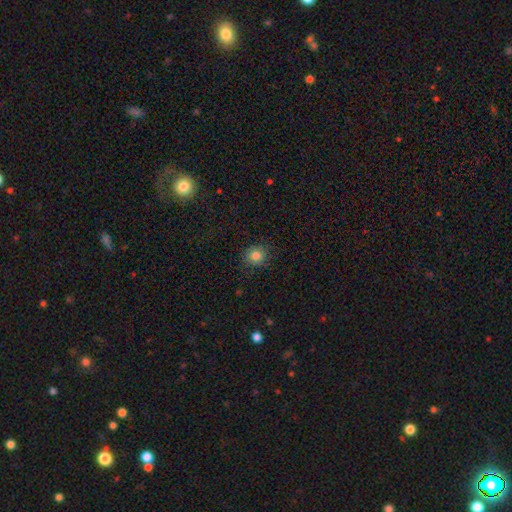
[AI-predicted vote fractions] The model was most divided on "smooth or featured": smooth: 82%, star or artifact: 12%, featured or disk: 6%. More confident: merging — none (87%); how rounded — round (85%).